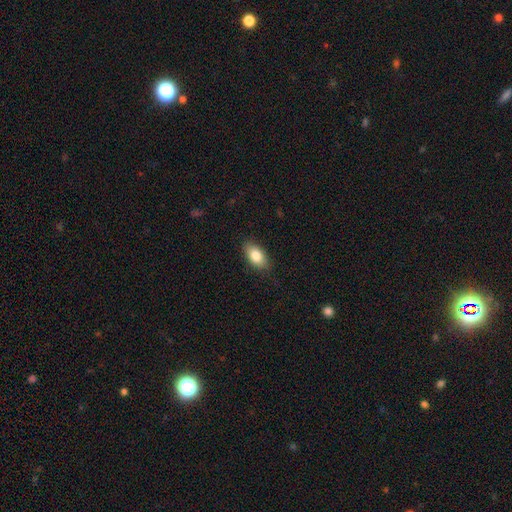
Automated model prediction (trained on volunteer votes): Q: Smooth or featured?
A: smooth (82%); runner-up: featured or disk (11%)
Q: How rounded?
A: in between (90%); runner-up: round (5%)
Q: Merging?
A: none (85%); runner-up: minor disturbance (12%)